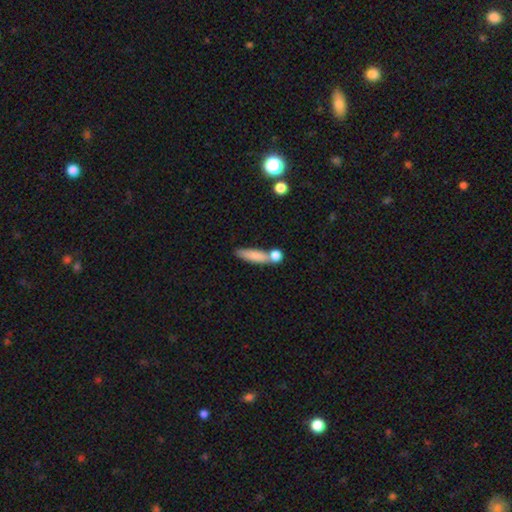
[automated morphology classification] Smooth or featured?
  - smooth: 78% *
  - featured or disk: 14%
  - star or artifact: 7%
How rounded?
  - cigar-shaped: 64% *
  - in between: 31%
  - round: 5%
Merging?
  - none: 57% *
  - merger: 25%
  - minor disturbance: 13%
  - major disturbance: 5%